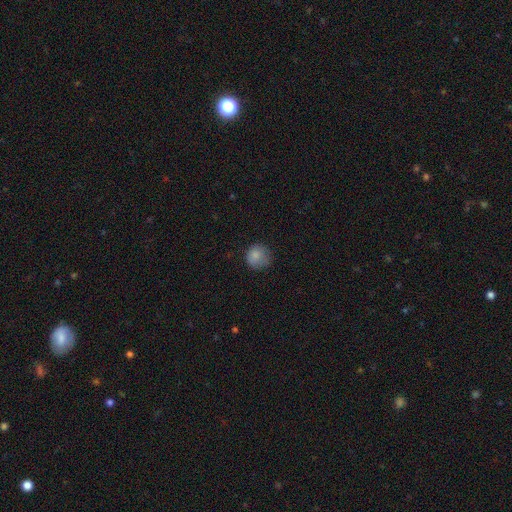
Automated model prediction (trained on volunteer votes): Morphology: type=smooth (83%); roundness=round (88%); merging=none (68%).